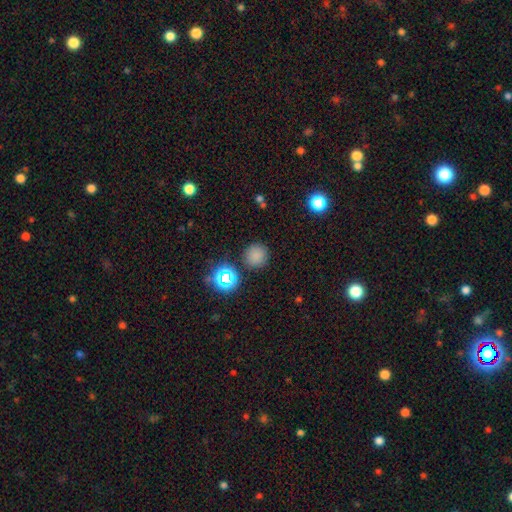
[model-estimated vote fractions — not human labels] Smooth or featured: smooth — 76% (star or artifact — 19%)
How rounded: round — 93% (in between — 6%)
Merging: none — 87% (minor disturbance — 7%)